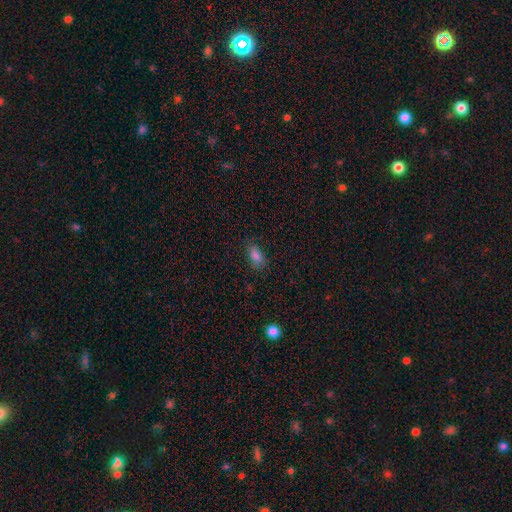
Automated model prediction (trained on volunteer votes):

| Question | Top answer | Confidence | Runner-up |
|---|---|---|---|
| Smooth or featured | smooth | 83% | star or artifact (11%) |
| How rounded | in between | 89% | round (8%) |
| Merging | none | 80% | minor disturbance (15%) |